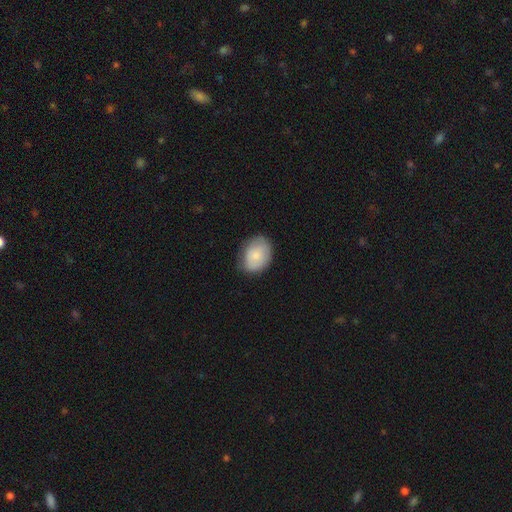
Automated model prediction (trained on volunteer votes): Smooth or featured: smooth — 78% (featured or disk — 15%)
How rounded: in between — 62% (round — 37%)
Merging: none — 72% (minor disturbance — 22%)